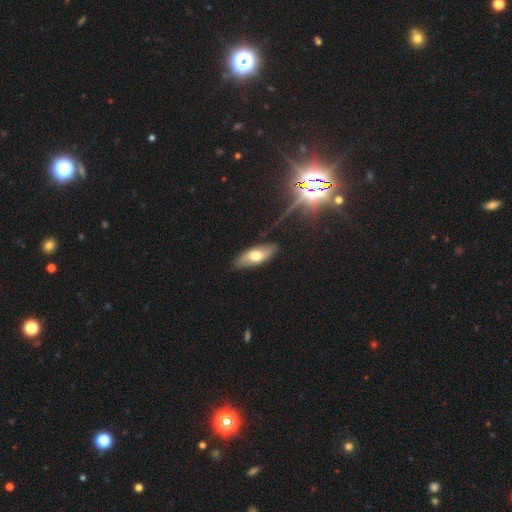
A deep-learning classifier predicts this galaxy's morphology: Smooth or featured?
  - smooth: 64% *
  - featured or disk: 28%
  - star or artifact: 8%
How rounded?
  - in between: 78% *
  - cigar-shaped: 20%
  - round: 3%
Merging?
  - none: 85% *
  - minor disturbance: 11%
  - major disturbance: 2%
  - merger: 1%